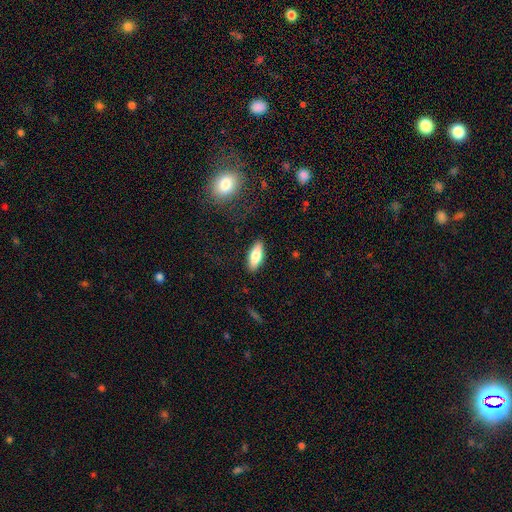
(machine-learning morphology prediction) smooth-or-featured: smooth: 74% | featured or disk: 20% | star or artifact: 6%
  how-rounded: in between: 69% | cigar-shaped: 28% | round: 2%
  merging: none: 88% | minor disturbance: 8% | major disturbance: 2% | merger: 1%